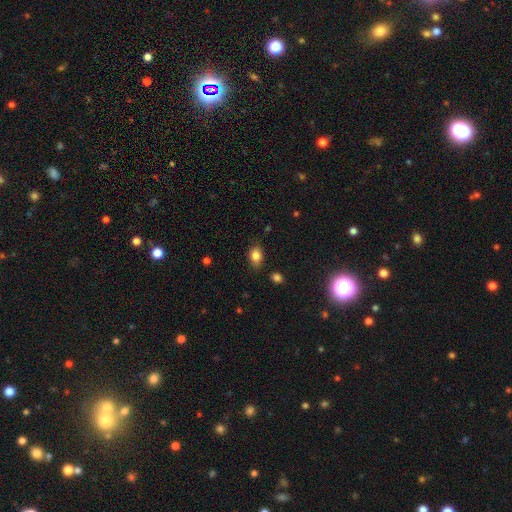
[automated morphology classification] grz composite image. It shows a smooth galaxy with no disk features (83%) that is in between round and cigar-shaped (75%). Merging: none (80%).